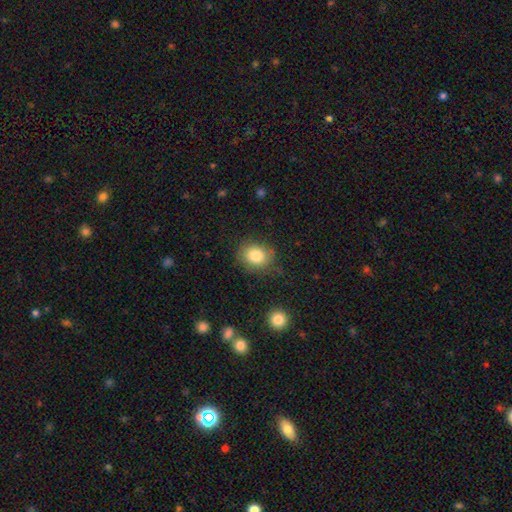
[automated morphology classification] smooth-or-featured: smooth: 82% | star or artifact: 10% | featured or disk: 8%
  how-rounded: round: 62% | in between: 37% | cigar-shaped: 1%
  merging: none: 80% | minor disturbance: 14% | major disturbance: 4% | merger: 2%